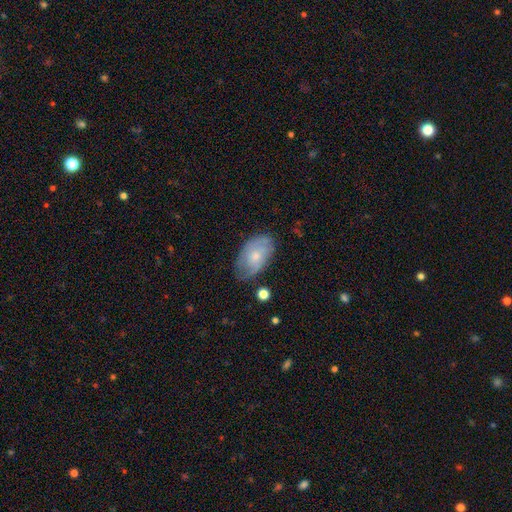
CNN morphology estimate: smooth 47%, featured or disk 46%, star or artifact 7%. Down the decision tree: merging — none (63%).